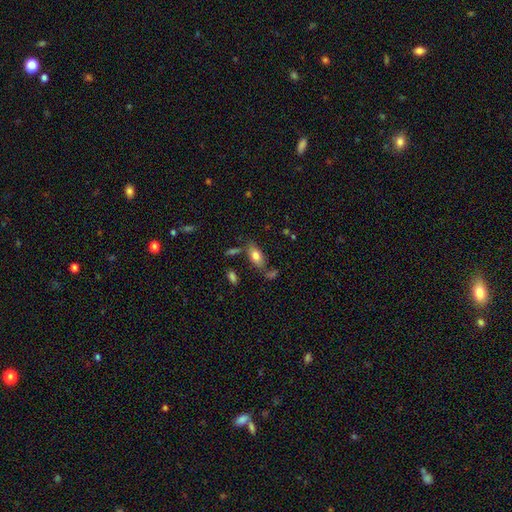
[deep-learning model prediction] Overall: smooth (77%). How rounded: in between (88%). Merging: none (69%).